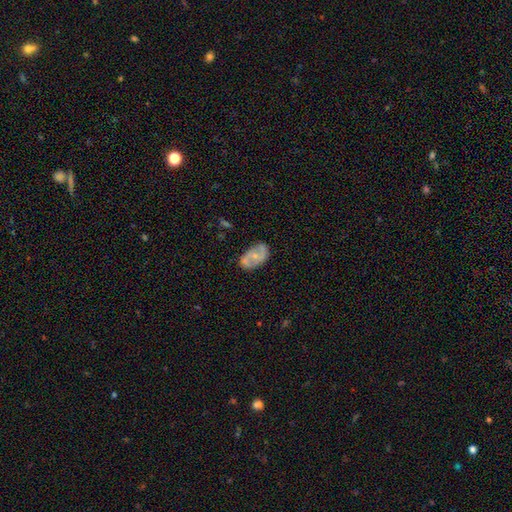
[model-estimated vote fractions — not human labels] Overall: featured or disk (62%; smooth 31%). Edge-on disk: no (96%). Bar: no (57%; weak 35%). Spiral arms: yes (80%). Bulge size: small (57%; moderate 33%). Merging: none (71%).